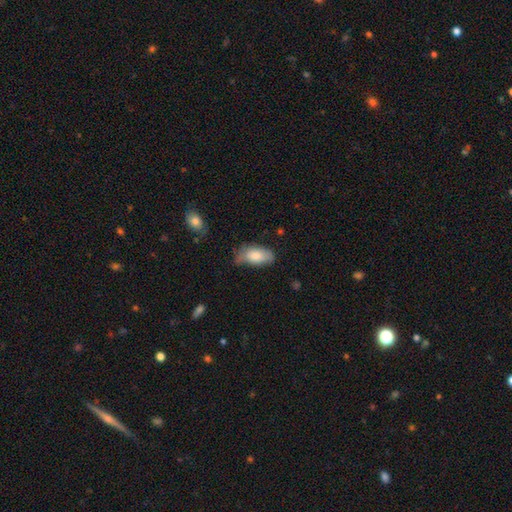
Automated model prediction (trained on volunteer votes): A smooth galaxy with no disk features (79%) that is in between round and cigar-shaped (93%). Merging: none (49%).